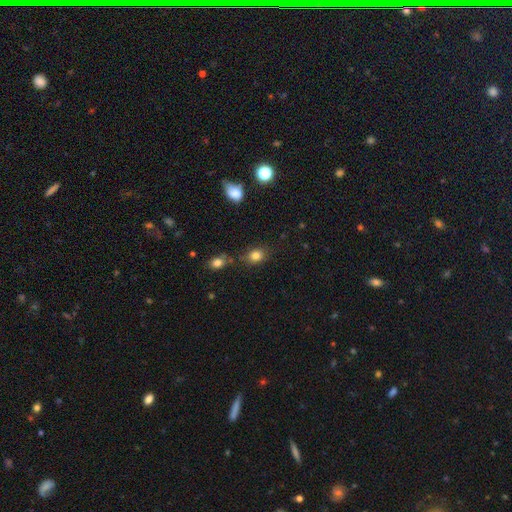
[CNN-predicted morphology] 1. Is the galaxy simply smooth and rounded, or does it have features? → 81% smooth, 12% star or artifact, 7% featured or disk.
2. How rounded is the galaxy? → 51% round, 48% in between, 1% cigar-shaped.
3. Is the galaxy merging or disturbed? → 70% none, 17% minor disturbance, 8% merger, 5% major disturbance.